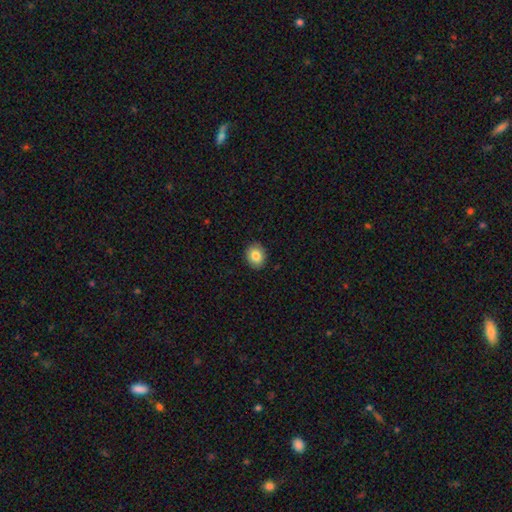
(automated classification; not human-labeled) Smooth or featured? Predicted: smooth (p=0.83). How rounded? Predicted: round (p=0.57). Merging? Predicted: none (p=0.90).